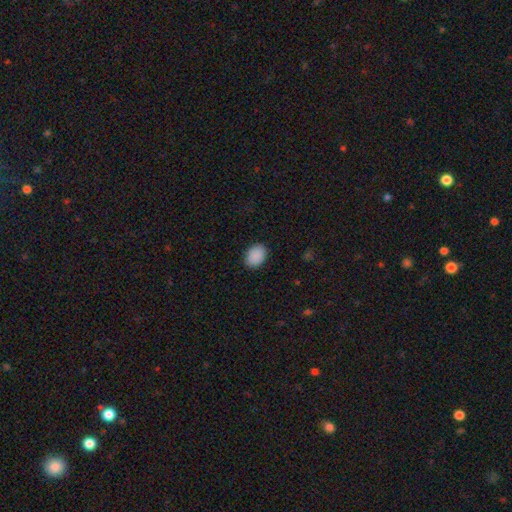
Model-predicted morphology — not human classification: Q: Smooth or featured?
A: smooth (90%); runner-up: star or artifact (7%)
Q: How rounded?
A: in between (74%); runner-up: round (26%)
Q: Merging?
A: none (89%); runner-up: minor disturbance (8%)